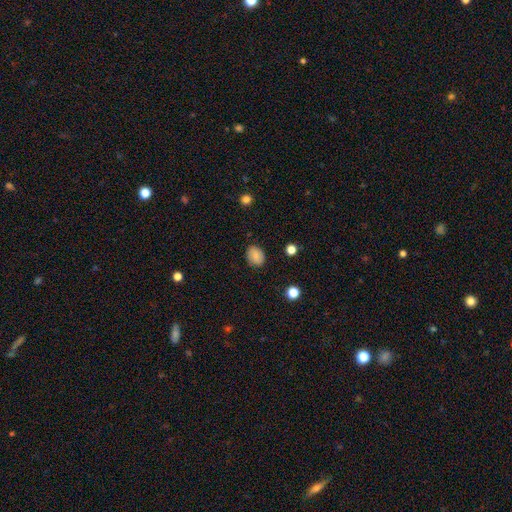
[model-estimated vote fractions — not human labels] smooth-or-featured: smooth: 78% | featured or disk: 12% | star or artifact: 9%
  how-rounded: in between: 63% | round: 36% | cigar-shaped: 1%
  merging: none: 82% | minor disturbance: 14% | major disturbance: 3% | merger: 1%